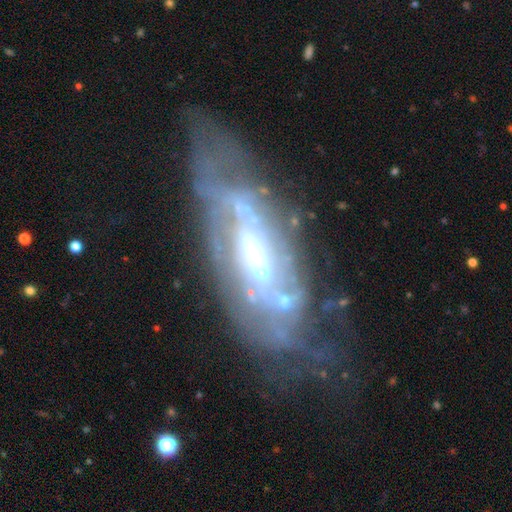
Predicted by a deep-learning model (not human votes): This appears to be a featured or disk galaxy (75%) with no bar (37%), spiral arms (54%) and a small central bulge (40%). Merging: none (40%).